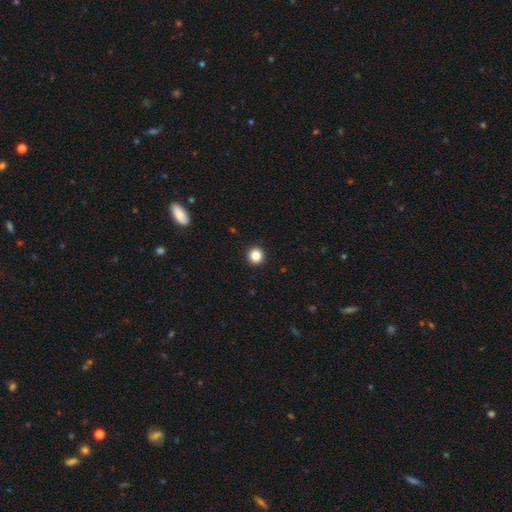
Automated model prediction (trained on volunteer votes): smooth_or_featured: smooth (p=0.85) [alt: star or artifact p=0.11]
how_rounded: round (p=0.95) [alt: in between p=0.04]
merging: none (p=0.94) [alt: minor disturbance p=0.04]